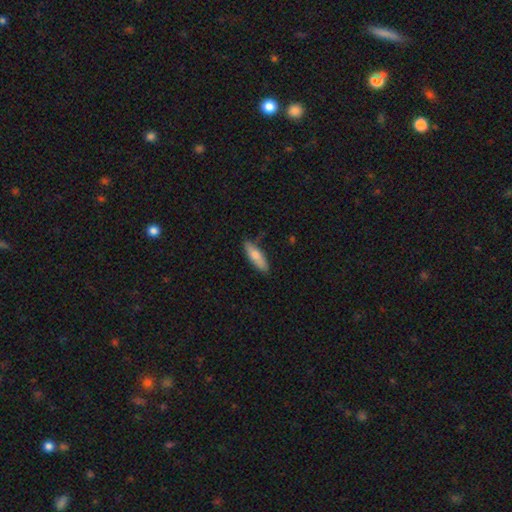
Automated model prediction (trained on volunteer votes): smooth_or_featured: smooth (p=0.79) [alt: featured or disk p=0.15]
how_rounded: cigar-shaped (p=0.52) [alt: in between p=0.46]
merging: none (p=0.76) [alt: minor disturbance p=0.19]